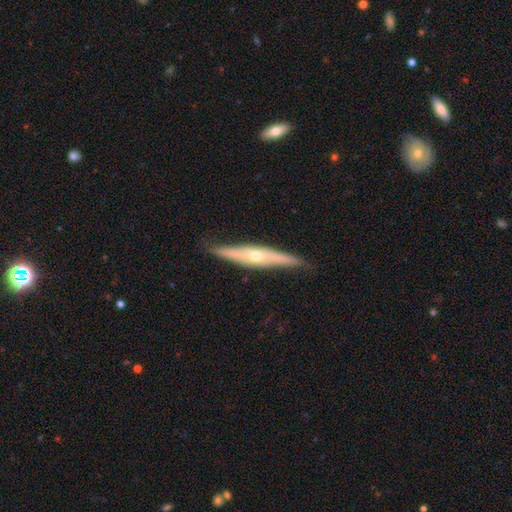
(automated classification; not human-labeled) This is likely a featured or disk galaxy (66%). It is clearly viewed edge-on (88%). Edge-on bulge: clearly rounded (83%). Merging: clearly none (82%).